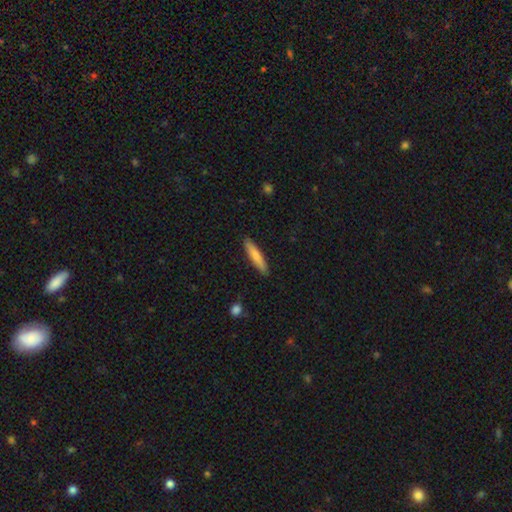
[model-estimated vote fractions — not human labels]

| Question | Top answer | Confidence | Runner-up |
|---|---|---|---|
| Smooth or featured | smooth | 75% | featured or disk (20%) |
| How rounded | cigar-shaped | 88% | in between (11%) |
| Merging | none | 90% | minor disturbance (7%) |